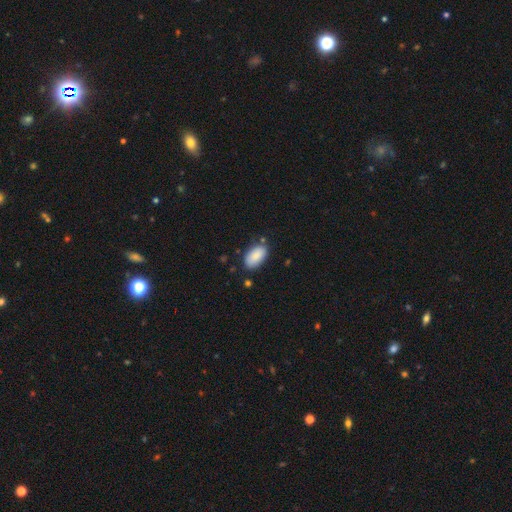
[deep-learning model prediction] smooth 87%, featured or disk 7%, star or artifact 6%. Down the decision tree: how rounded — in between (95%); merging — none (77%).